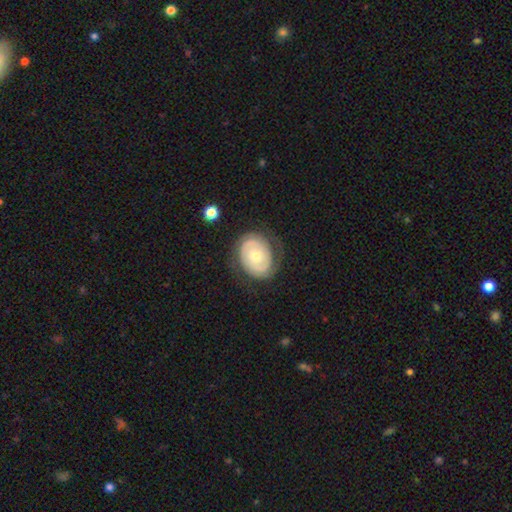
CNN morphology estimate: Smooth or featured?
  - featured or disk: 66% *
  - smooth: 29%
  - star or artifact: 6%
Edge-on disk?
  - no: 96% *
  - yes: 4%
Bar?
  - no: 81% *
  - weak: 15%
  - strong: 4%
Spiral arms?
  - yes: 62% *
  - no: 38%
Bulge size?
  - moderate: 64% *
  - small: 31%
  - large: 3%
  - none: 1%
  - dominant: 1%
Merging?
  - none: 73% *
  - minor disturbance: 17%
  - major disturbance: 8%
  - merger: 1%